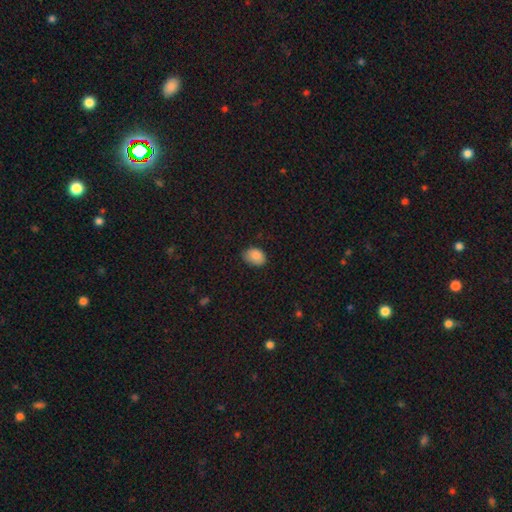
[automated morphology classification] This appears to be a smooth galaxy with no disk features (87%) that is in between round and cigar-shaped (74%). Merging: none (72%).